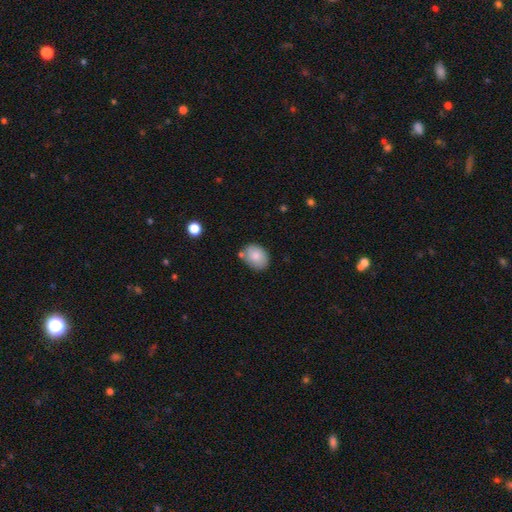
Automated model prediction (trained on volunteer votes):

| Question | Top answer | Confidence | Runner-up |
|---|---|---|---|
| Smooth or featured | smooth | 84% | featured or disk (9%) |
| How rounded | in between | 68% | round (31%) |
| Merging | none | 70% | minor disturbance (18%) |